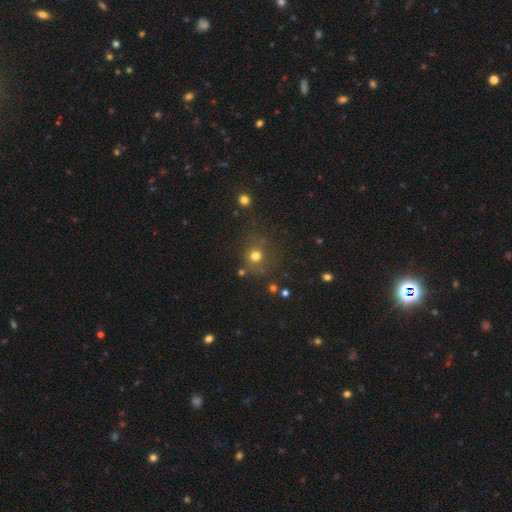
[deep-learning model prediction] Smooth or featured? smooth (72%)
How rounded? round (89%)
Merging? none (76%)